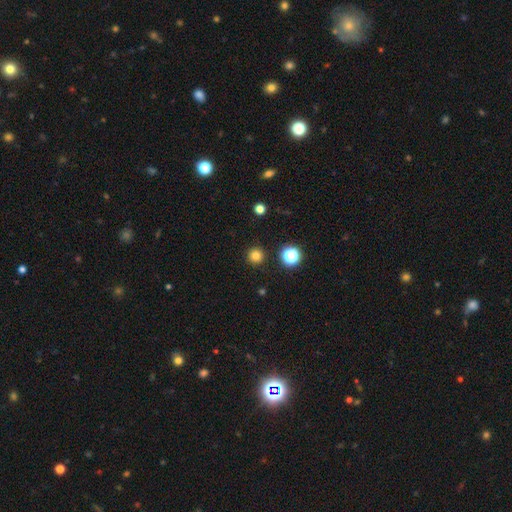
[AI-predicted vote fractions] smooth 81%, star or artifact 15%, featured or disk 5%. Down the decision tree: how rounded — round (96%); merging — none (92%).